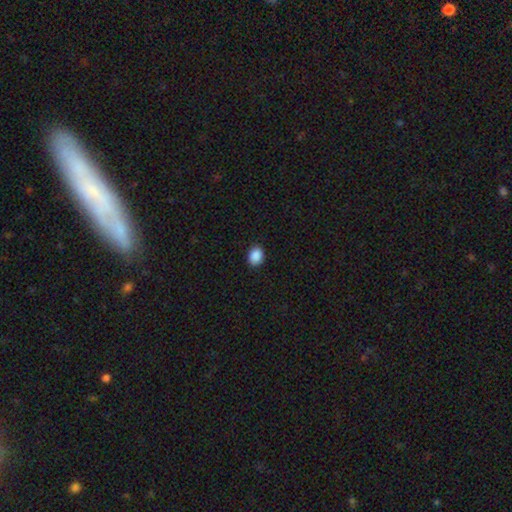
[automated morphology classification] smooth_or_featured: smooth (p=0.90) [alt: star or artifact p=0.08]
how_rounded: in between (p=0.60) [alt: round p=0.39]
merging: none (p=0.90) [alt: minor disturbance p=0.07]